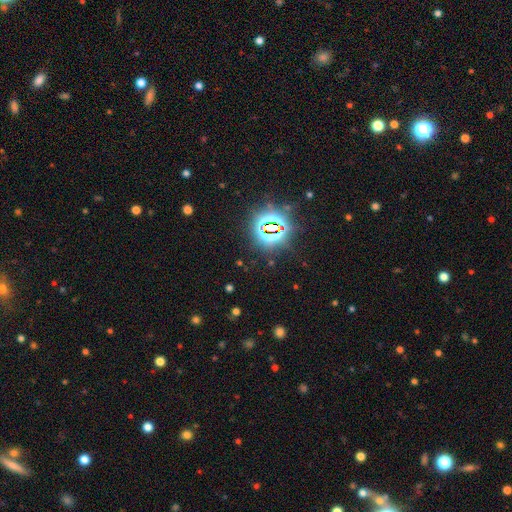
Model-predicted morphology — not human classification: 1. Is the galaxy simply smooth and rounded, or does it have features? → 81% star or artifact, 11% smooth, 7% featured or disk.